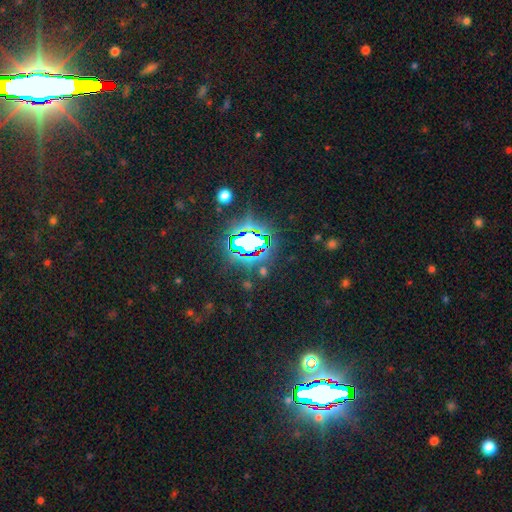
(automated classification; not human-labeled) Overall: star or artifact (85%).